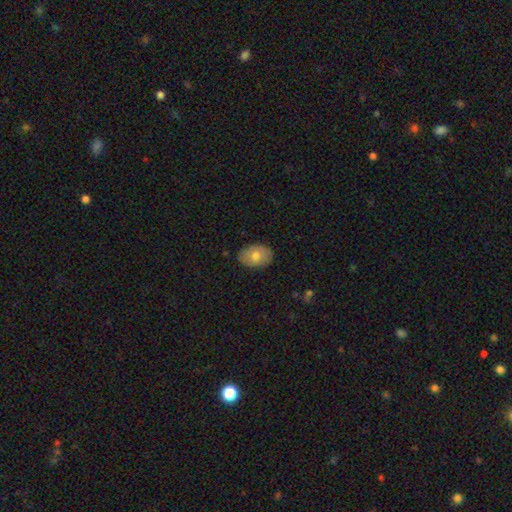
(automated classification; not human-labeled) A smooth galaxy with no disk features (71%) that is in between round and cigar-shaped (84%).

Vote fractions:
- Smooth or featured? smooth: 71% / featured or disk: 22% / star or artifact: 7%
- How rounded? in between: 84% / round: 15% / cigar-shaped: 1%
- Merging? none: 86% / minor disturbance: 11% / major disturbance: 2% / merger: 1%